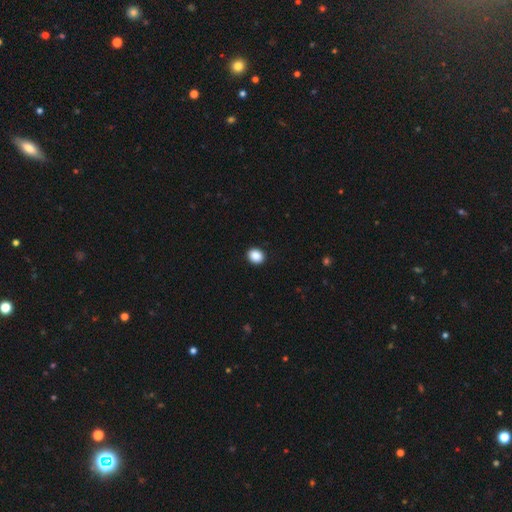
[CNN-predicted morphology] Smooth or featured?
  - smooth: 89% *
  - star or artifact: 8%
  - featured or disk: 2%
How rounded?
  - round: 64% *
  - in between: 35%
  - cigar-shaped: 1%
Merging?
  - none: 92% *
  - minor disturbance: 5%
  - major disturbance: 2%
  - merger: 1%